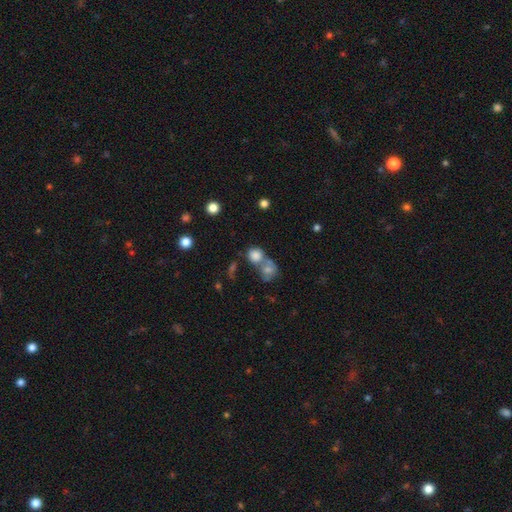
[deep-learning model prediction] Q: Smooth or featured?
A: smooth (79%); runner-up: star or artifact (11%)
Q: How rounded?
A: round (72%); runner-up: in between (27%)
Q: Merging?
A: merger (50%); runner-up: none (36%)